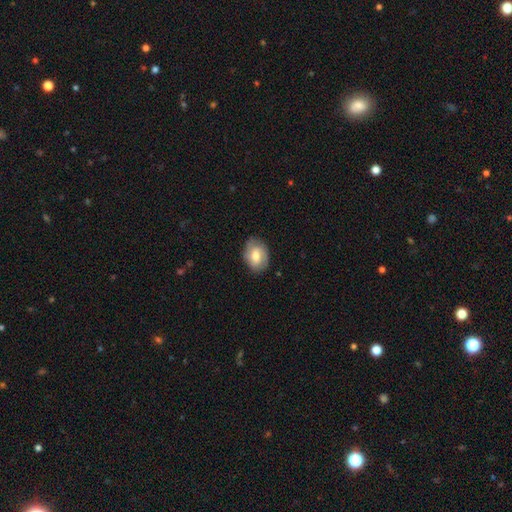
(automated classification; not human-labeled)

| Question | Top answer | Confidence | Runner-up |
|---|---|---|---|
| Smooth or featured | smooth | 60% | featured or disk (33%) |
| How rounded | in between | 70% | round (29%) |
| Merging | none | 78% | minor disturbance (17%) |